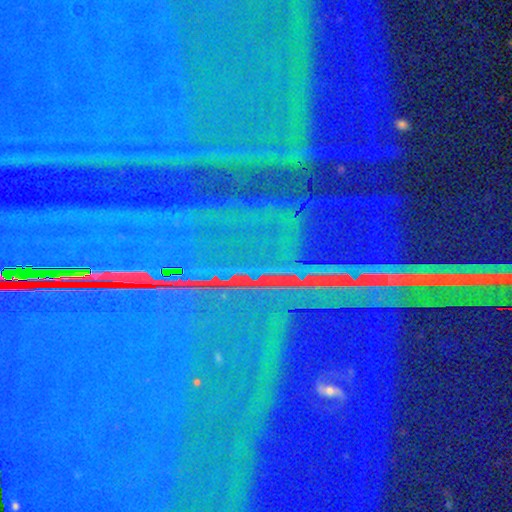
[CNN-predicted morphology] Smooth or featured: star or artifact — 89% (featured or disk — 7%)